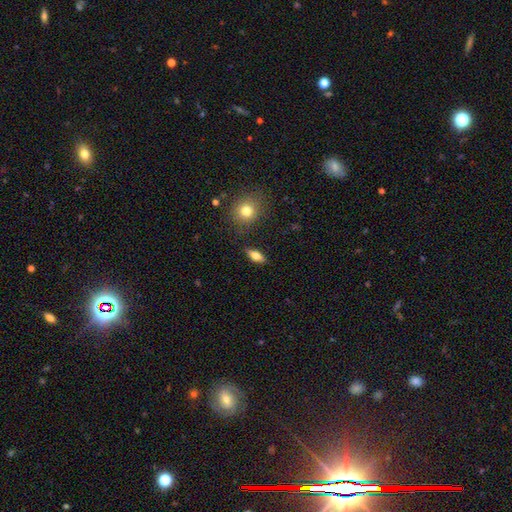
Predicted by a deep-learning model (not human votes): Smooth or featured? Predicted: smooth (p=0.69). How rounded? Predicted: in between (p=0.76). Merging? Predicted: none (p=0.86).